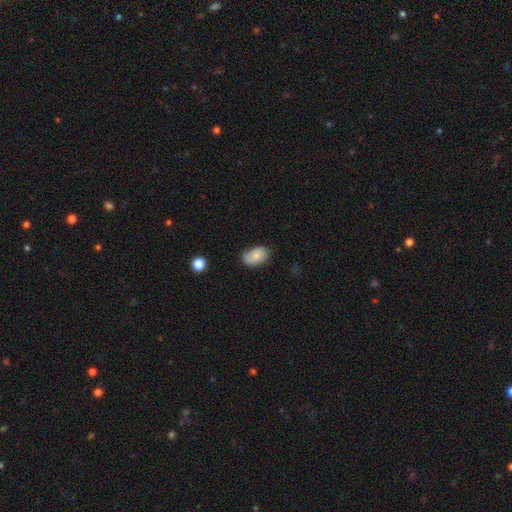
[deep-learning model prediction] The model was most divided on "merging": none: 72%, minor disturbance: 22%, major disturbance: 4%, merger: 2%. More confident: how rounded — in between (92%); smooth or featured — smooth (80%).